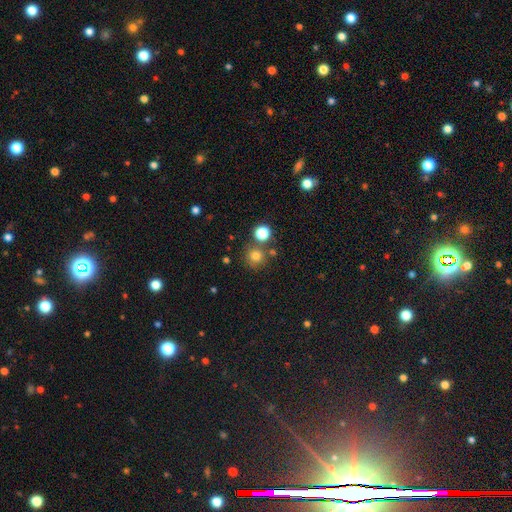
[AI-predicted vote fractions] Morphology: type=smooth (76%); roundness=round (92%); merging=none (74%).